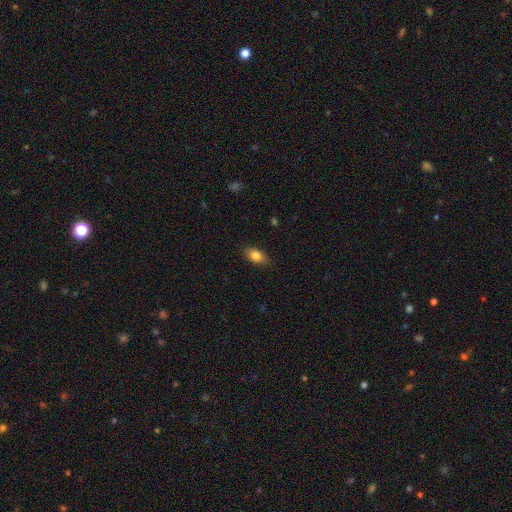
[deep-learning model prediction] smooth-or-featured: smooth: 84% | star or artifact: 8% | featured or disk: 8%
  how-rounded: in between: 86% | round: 11% | cigar-shaped: 3%
  merging: none: 85% | minor disturbance: 12% | major disturbance: 2% | merger: 1%